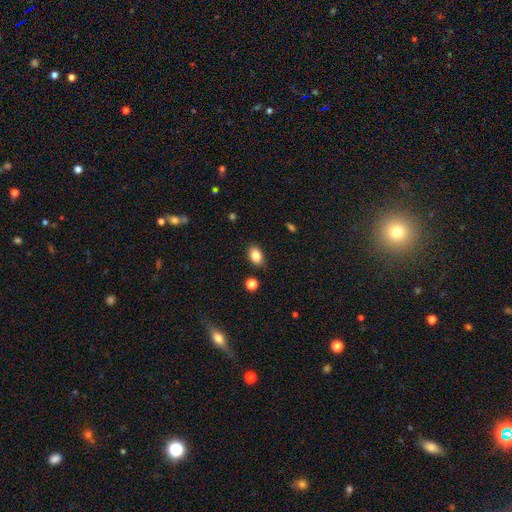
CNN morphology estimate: smooth 85%, star or artifact 9%, featured or disk 6%. Down the decision tree: how rounded — in between (84%); merging — none (84%).